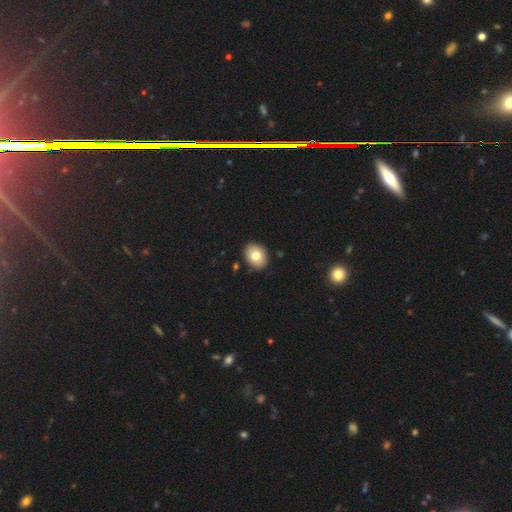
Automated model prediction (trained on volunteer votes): A smooth galaxy with no disk features (78%) that is in between round and cigar-shaped (59%).

Vote fractions:
- Smooth or featured? smooth: 78% / featured or disk: 14% / star or artifact: 8%
- How rounded? in between: 59% / round: 40% / cigar-shaped: 1%
- Merging? none: 88% / minor disturbance: 8% / major disturbance: 2% / merger: 2%